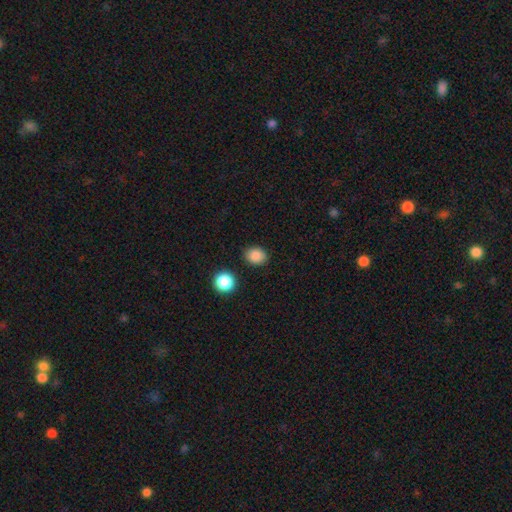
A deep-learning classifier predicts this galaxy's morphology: smooth-or-featured: smooth: 86% | star or artifact: 10% | featured or disk: 4%
  how-rounded: round: 51% | in between: 48% | cigar-shaped: 1%
  merging: none: 86% | minor disturbance: 9% | major disturbance: 3% | merger: 3%